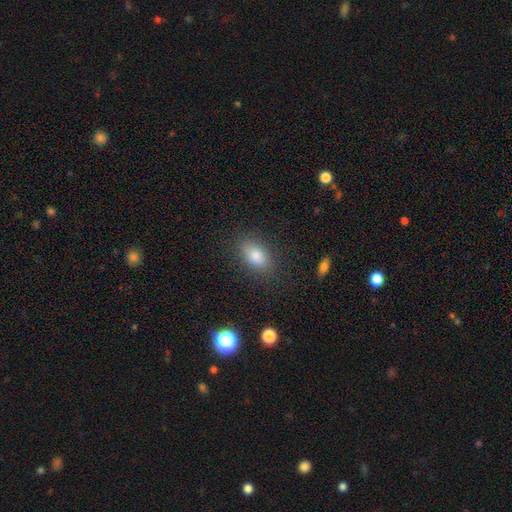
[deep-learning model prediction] Smooth or featured? Predicted: smooth (p=0.81). How rounded? Predicted: in between (p=0.86). Merging? Predicted: none (p=0.84).